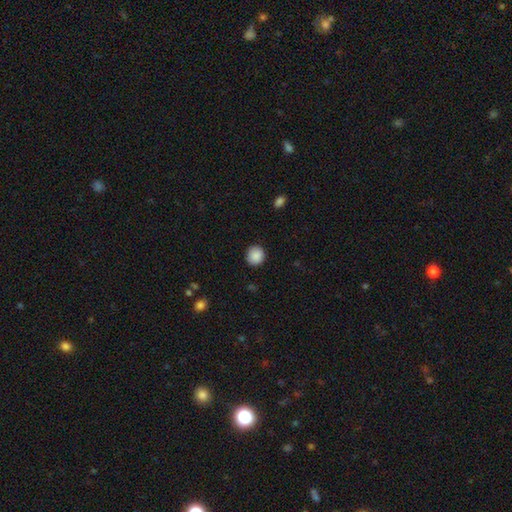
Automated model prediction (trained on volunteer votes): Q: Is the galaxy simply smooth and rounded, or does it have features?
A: smooth — 89%.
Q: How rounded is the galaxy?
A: round — 90%.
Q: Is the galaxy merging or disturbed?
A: none — 90%.